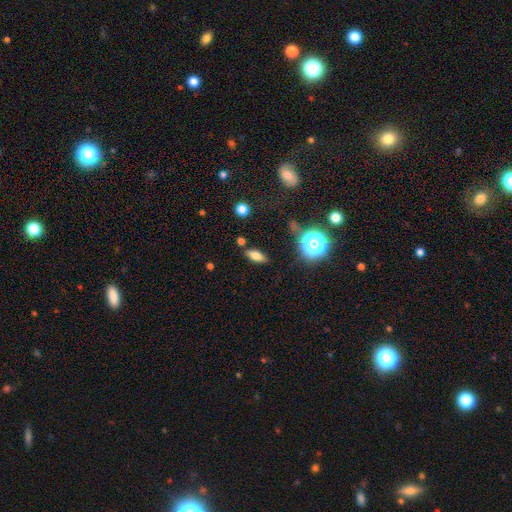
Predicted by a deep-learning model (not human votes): Smooth or featured? Predicted: smooth (p=0.72). How rounded? Predicted: in between (p=0.74). Merging? Predicted: none (p=0.82).